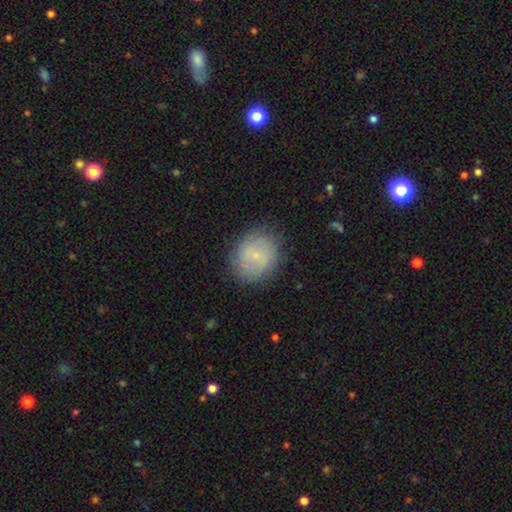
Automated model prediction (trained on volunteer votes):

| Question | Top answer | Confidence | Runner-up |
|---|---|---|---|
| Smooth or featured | smooth | 62% | featured or disk (29%) |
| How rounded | round | 75% | in between (24%) |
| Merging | none | 79% | minor disturbance (14%) |